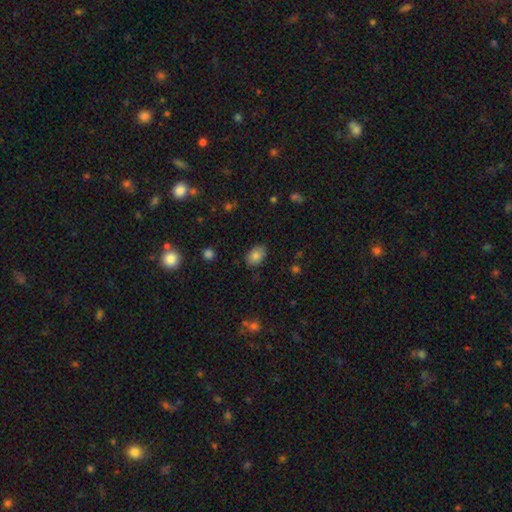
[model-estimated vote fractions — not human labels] smooth 82%, star or artifact 9%, featured or disk 9%. Down the decision tree: how rounded — in between (80%); merging — none (83%).